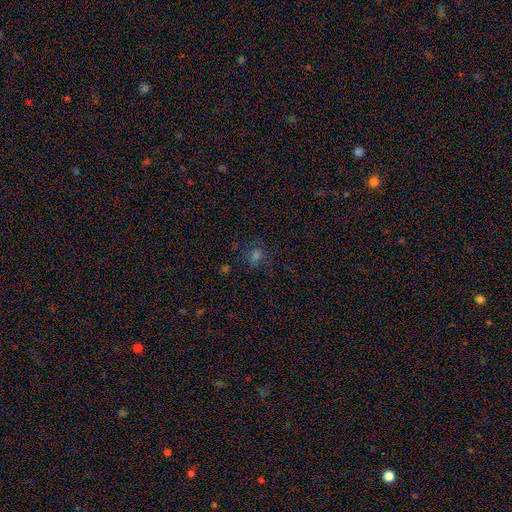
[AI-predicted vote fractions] Smooth or featured?
  - smooth: 53% *
  - star or artifact: 35%
  - featured or disk: 12%
How rounded?
  - round: 65% *
  - in between: 33%
  - cigar-shaped: 2%
Merging?
  - none: 74% *
  - minor disturbance: 16%
  - major disturbance: 8%
  - merger: 2%